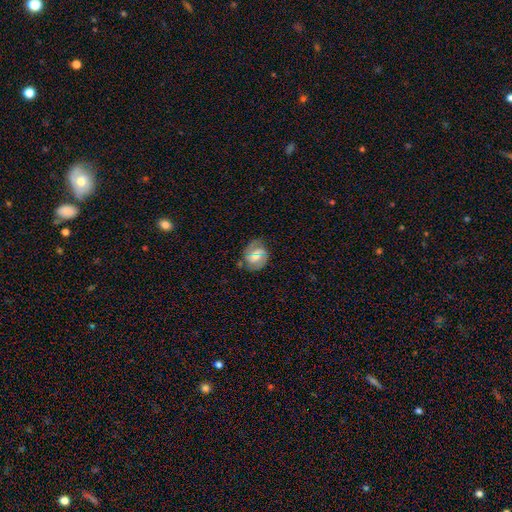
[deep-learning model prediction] Overall: smooth (46%; featured or disk 43%). Merging: none (69%).